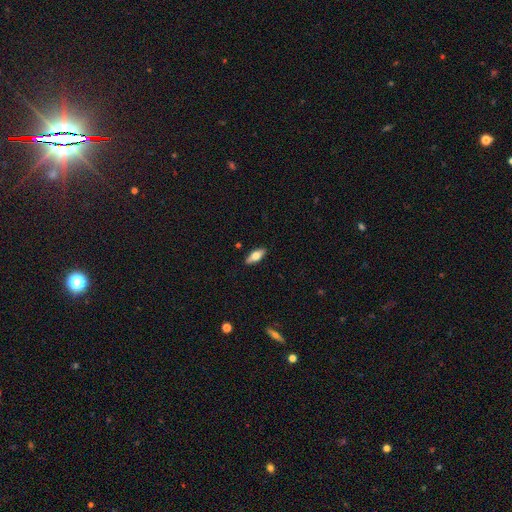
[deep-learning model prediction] This is likely a smooth galaxy (66%). How rounded: likely in between (77%). Merging: clearly none (89%).